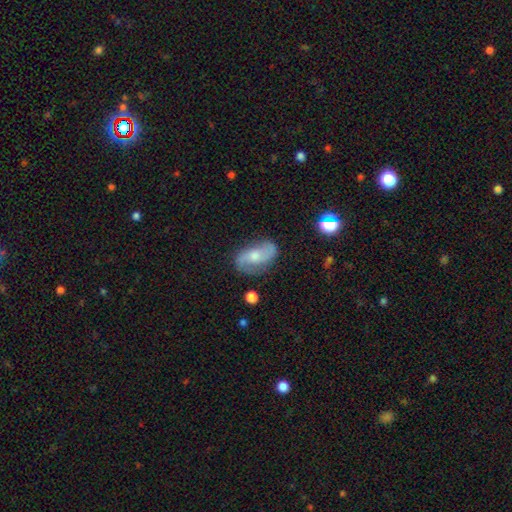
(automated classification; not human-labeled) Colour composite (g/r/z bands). It shows a featured or disk galaxy (72%) with no bar (54%), 2 (89%) loose (48%) spiral arms (93%) and a moderate central bulge (52%). Merging: none (74%).